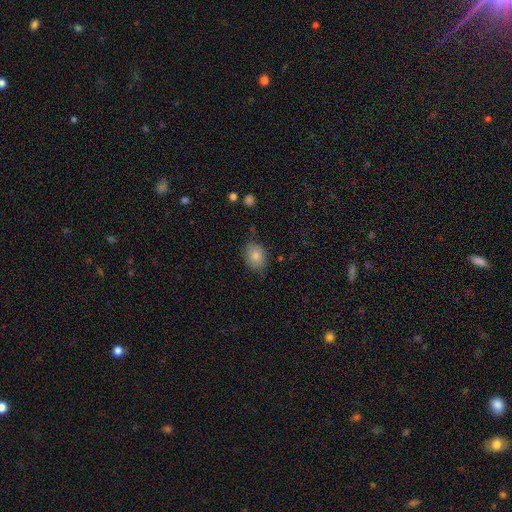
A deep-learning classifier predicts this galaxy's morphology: This is clearly a smooth galaxy (83%). How rounded: likely in between (62%). Merging: likely none (76%).